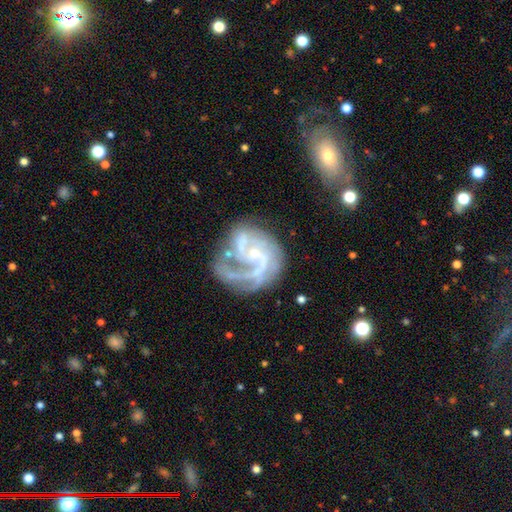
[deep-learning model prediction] smooth-or-featured: featured or disk: 88% | star or artifact: 6% | smooth: 5%
  disk-edge-on: no: 98% | yes: 2%
    bar: no: 58% | weak: 33% | strong: 10%
    has-spiral-arms: yes: 96% | no: 4%
      spiral-winding: medium: 50% | tight: 31% | loose: 20%
      spiral-arm-count: 2: 37% | 3: 26% | can't tell: 15% | 1: 9% | 4: 7% | more than 4: 6%
    bulge-size: small: 79% | moderate: 12% | none: 6% | large: 1% | dominant: 1%
  merging: none: 47% | major disturbance: 26% | minor disturbance: 21% | merger: 6%